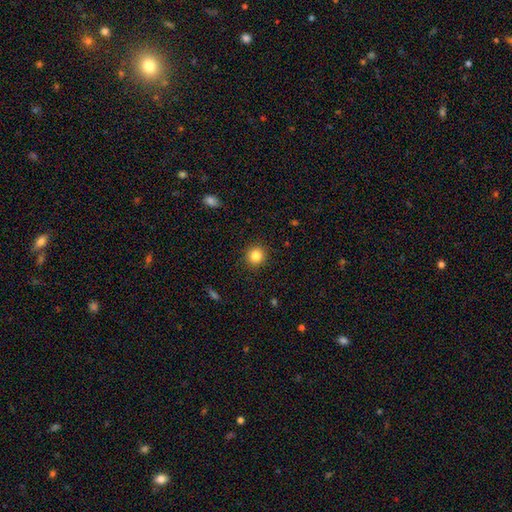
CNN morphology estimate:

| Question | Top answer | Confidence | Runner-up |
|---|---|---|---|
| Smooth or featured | smooth | 85% | star or artifact (11%) |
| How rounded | round | 93% | in between (6%) |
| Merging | none | 91% | minor disturbance (6%) |